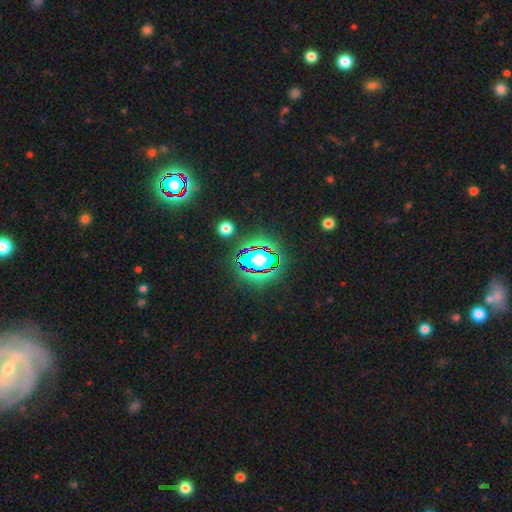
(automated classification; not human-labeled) This appears to be a star or artifact, not a galaxy (82%).